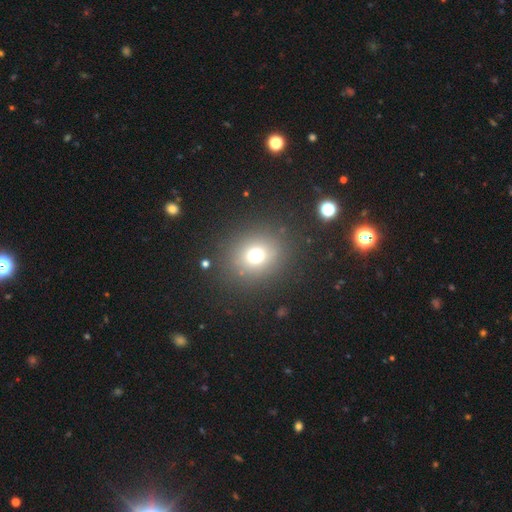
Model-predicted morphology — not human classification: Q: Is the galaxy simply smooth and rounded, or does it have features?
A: smooth — 68%.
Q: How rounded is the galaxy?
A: round — 81%.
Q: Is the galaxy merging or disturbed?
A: none — 85%.